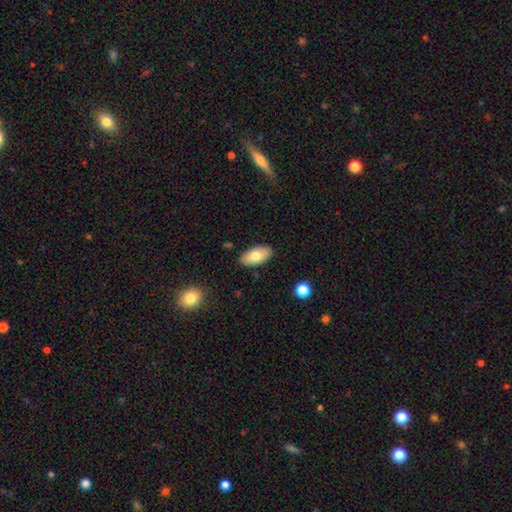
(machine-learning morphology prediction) type=smooth (76%); roundness=in between (94%); merging=none (87%).